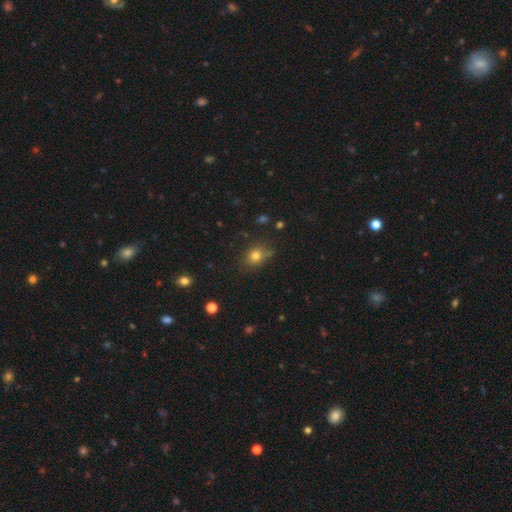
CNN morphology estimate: Smooth or featured?
  - smooth: 78% *
  - star or artifact: 14%
  - featured or disk: 8%
How rounded?
  - round: 59% *
  - in between: 40%
  - cigar-shaped: 1%
Merging?
  - none: 72% *
  - minor disturbance: 20%
  - major disturbance: 5%
  - merger: 3%